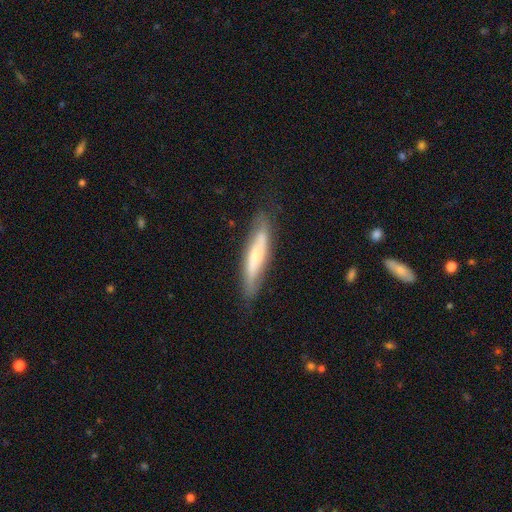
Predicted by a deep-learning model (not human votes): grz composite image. It shows a featured or disk galaxy (50%) viewed edge-on (63%). Merging: none (75%).